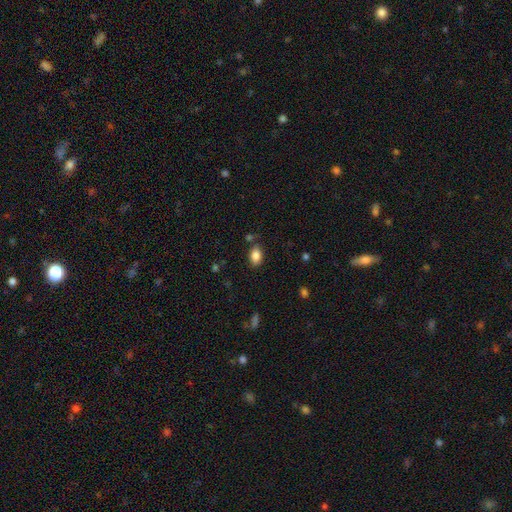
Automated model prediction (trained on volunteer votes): Smooth or featured? smooth (85%)
How rounded? in between (89%)
Merging? none (77%)